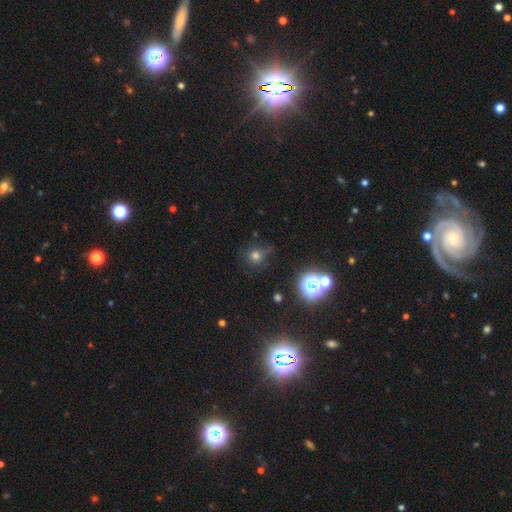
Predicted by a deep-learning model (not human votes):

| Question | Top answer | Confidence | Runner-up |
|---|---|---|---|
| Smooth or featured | smooth | 69% | star or artifact (23%) |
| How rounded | round | 90% | in between (9%) |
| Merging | none | 71% | minor disturbance (19%) |